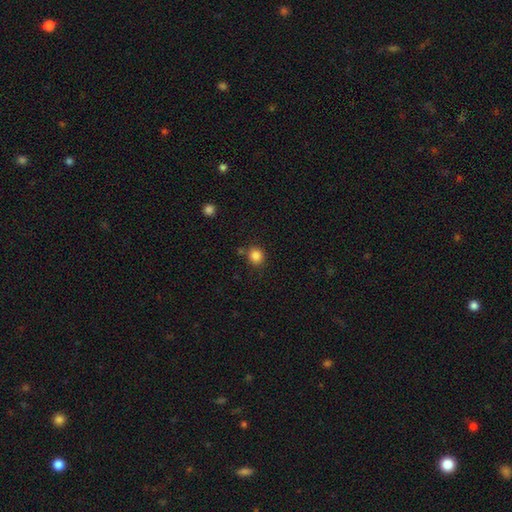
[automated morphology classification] This is clearly a smooth galaxy (85%). How rounded: clearly round (84%). Merging: likely none (80%).